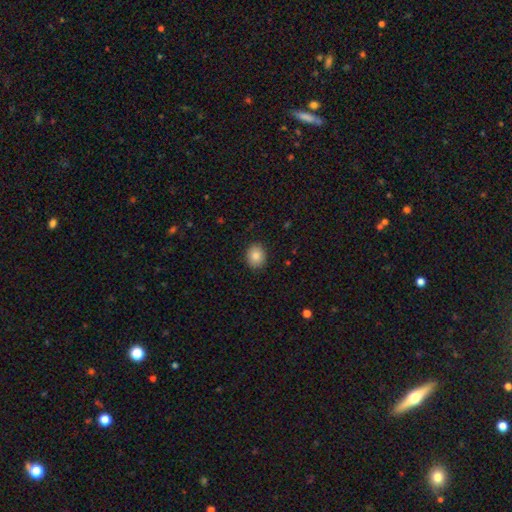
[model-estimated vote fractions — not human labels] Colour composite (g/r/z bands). It shows a smooth galaxy with no disk features (84%) that is round (66%). Merging: none (90%).